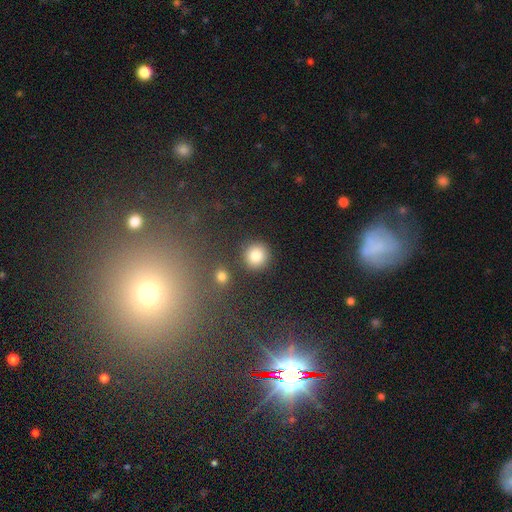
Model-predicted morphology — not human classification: This appears to be a smooth galaxy with no disk features (83%) that is round (92%). Merging: none (86%).